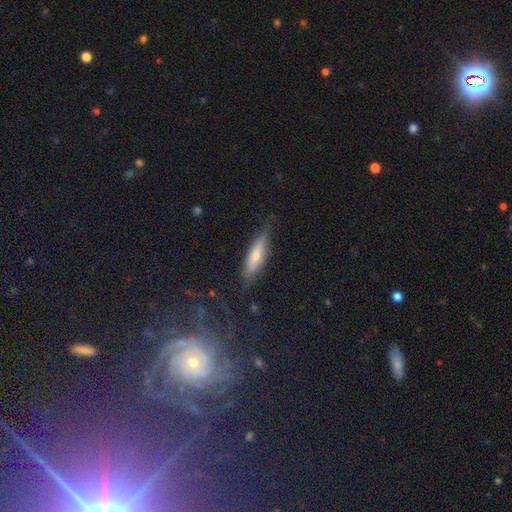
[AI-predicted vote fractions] Smooth or featured? Predicted: featured or disk (p=0.46). Merging? Predicted: none (p=0.75).